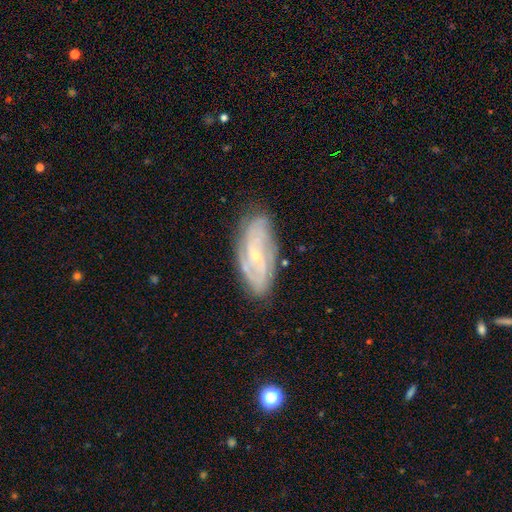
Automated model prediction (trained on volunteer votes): Smooth or featured: featured or disk — 82% (smooth — 12%)
Edge-on disk: no — 93% (yes — 7%)
Bar: no — 48% (weak — 40%)
Spiral arms: yes — 95% (no — 5%)
Spiral winding: tight — 45% (medium — 40%)
Spiral arm count: 2 — 39% (can't tell — 25%)
Bulge size: small — 78% (moderate — 18%)
Merging: none — 79% (minor disturbance — 16%)